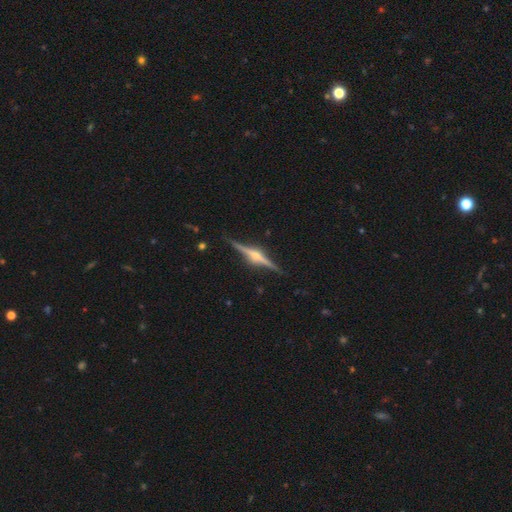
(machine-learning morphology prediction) The model was most divided on "smooth or featured": featured or disk: 87%, smooth: 8%, star or artifact: 6%. More confident: edge-on disk — yes (98%); edge-on bulge — rounded (91%); merging — none (89%).